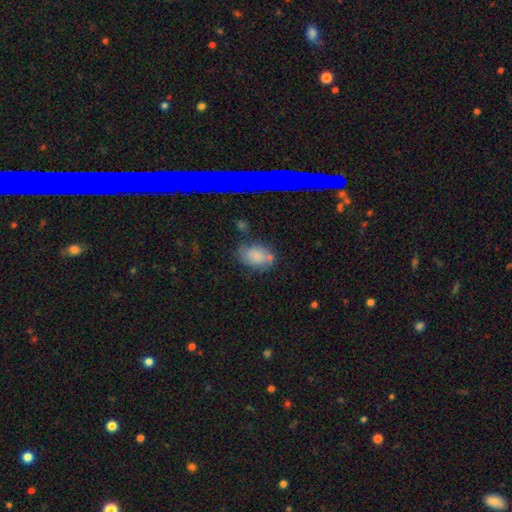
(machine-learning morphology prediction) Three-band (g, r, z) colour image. It shows a smooth galaxy with no disk features (73%) that is in between round and cigar-shaped (79%). Merging: none (61%).